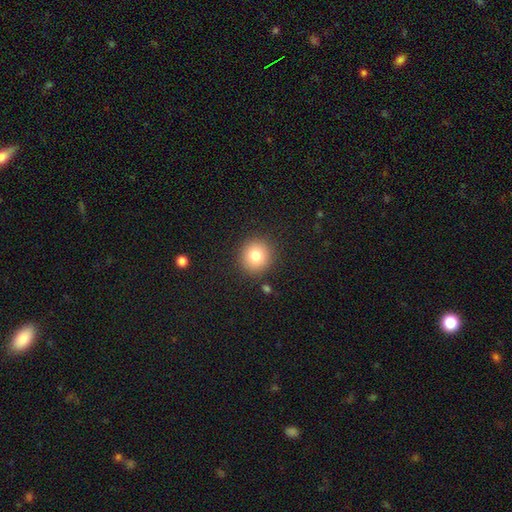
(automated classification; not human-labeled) This is likely a smooth galaxy (79%). How rounded: clearly round (90%). Merging: clearly none (89%).